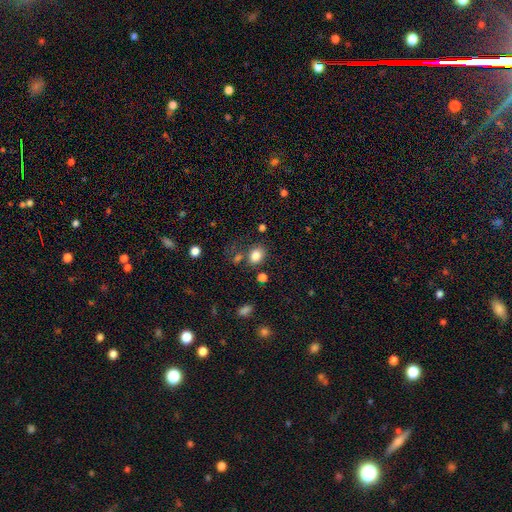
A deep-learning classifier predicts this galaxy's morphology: smooth 83%, star or artifact 11%, featured or disk 6%. Down the decision tree: how rounded — in between (54%); merging — none (72%).